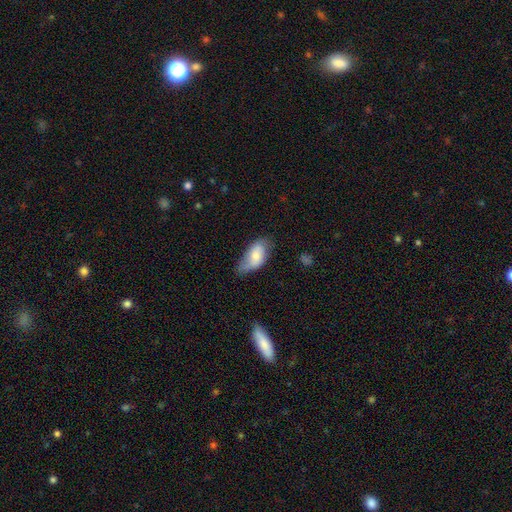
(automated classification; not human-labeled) This is likely a smooth galaxy (66%). How rounded: clearly in between (92%). Merging: possibly none (46%).